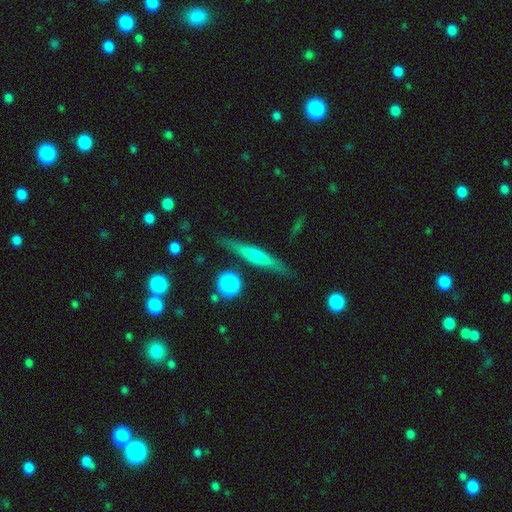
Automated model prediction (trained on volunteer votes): A featured or disk galaxy (67%) viewed edge-on (96%) with a rounded central bulge (71%). Merging: none (87%).